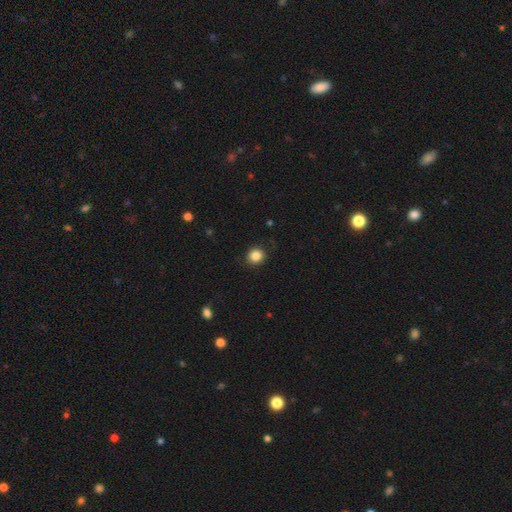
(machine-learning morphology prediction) Smooth or featured?
  - smooth: 86% *
  - star or artifact: 10%
  - featured or disk: 4%
How rounded?
  - round: 89% *
  - in between: 10%
  - cigar-shaped: 1%
Merging?
  - none: 89% *
  - minor disturbance: 8%
  - major disturbance: 2%
  - merger: 1%